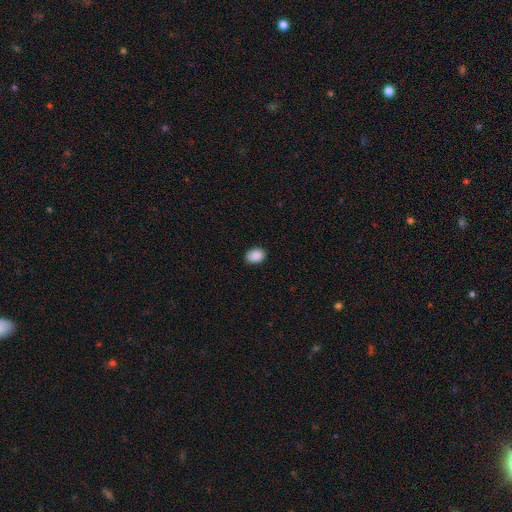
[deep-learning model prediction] smooth 89%, star or artifact 8%, featured or disk 3%. Down the decision tree: how rounded — in between (73%); merging — none (86%).